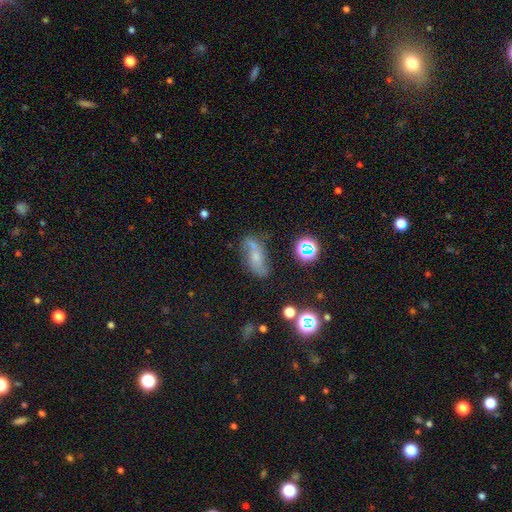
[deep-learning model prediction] A featured or disk galaxy (51%). Merging: none (61%).